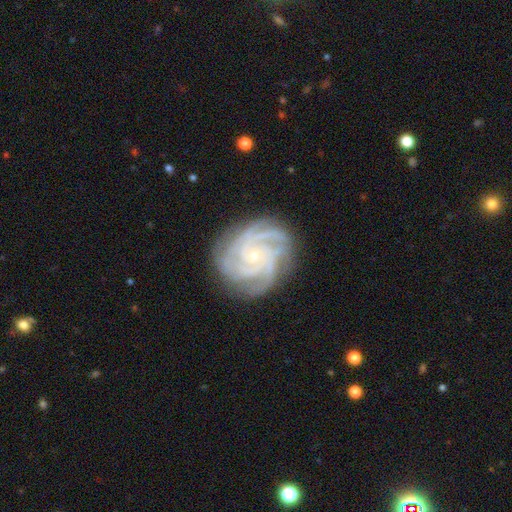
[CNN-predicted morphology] Smooth or featured: featured or disk — 88% (star or artifact — 7%)
Edge-on disk: no — 98% (yes — 2%)
Bar: no — 73% (weak — 20%)
Spiral arms: yes — 98% (no — 2%)
Spiral winding: tight — 73% (medium — 24%)
Spiral arm count: 4 — 36% (3 — 21%)
Bulge size: small — 81% (moderate — 16%)
Merging: none — 81% (minor disturbance — 14%)